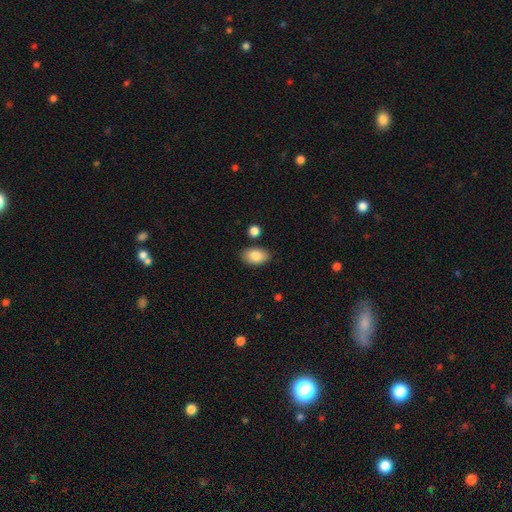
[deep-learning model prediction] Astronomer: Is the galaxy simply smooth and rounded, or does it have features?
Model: smooth — 85%.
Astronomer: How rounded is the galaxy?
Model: in between — 91%.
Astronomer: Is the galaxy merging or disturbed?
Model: none — 83%.